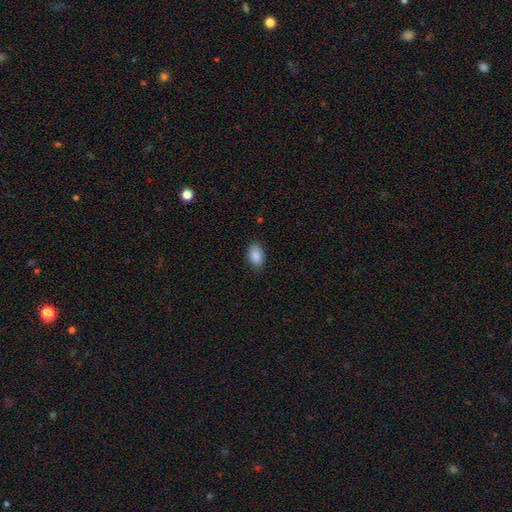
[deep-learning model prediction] Q: Smooth or featured?
A: smooth (89%); runner-up: star or artifact (7%)
Q: How rounded?
A: in between (90%); runner-up: round (9%)
Q: Merging?
A: none (84%); runner-up: minor disturbance (13%)